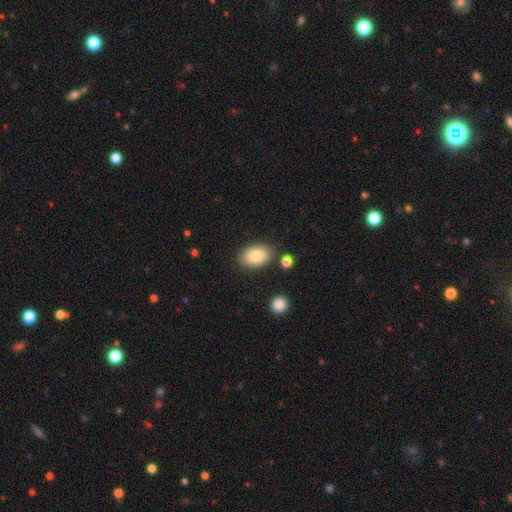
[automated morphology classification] smooth-or-featured: smooth: 83% | featured or disk: 10% | star or artifact: 7%
  how-rounded: in between: 89% | round: 9% | cigar-shaped: 1%
  merging: none: 82% | minor disturbance: 12% | merger: 4% | major disturbance: 3%